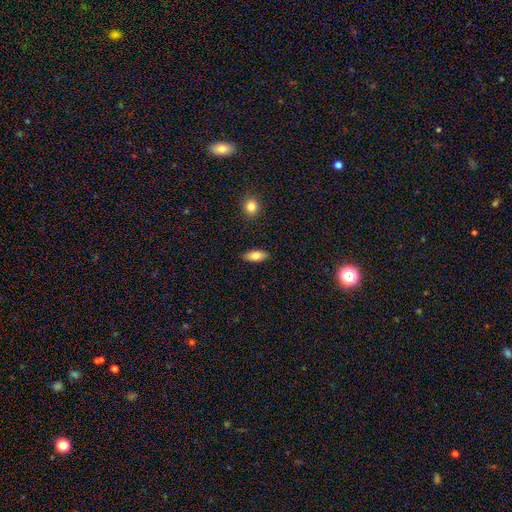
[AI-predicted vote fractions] The model was most divided on "smooth or featured": smooth: 81%, featured or disk: 13%, star or artifact: 7%. More confident: merging — none (87%); how rounded — in between (85%).